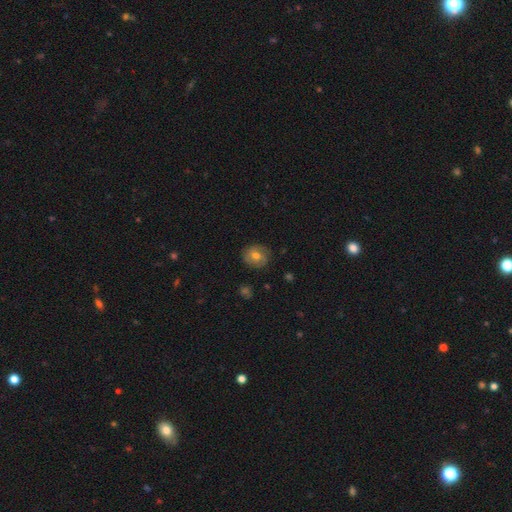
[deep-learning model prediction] smooth-or-featured: smooth: 49% | featured or disk: 41% | star or artifact: 9%
  merging: none: 81% | minor disturbance: 14% | major disturbance: 4% | merger: 1%